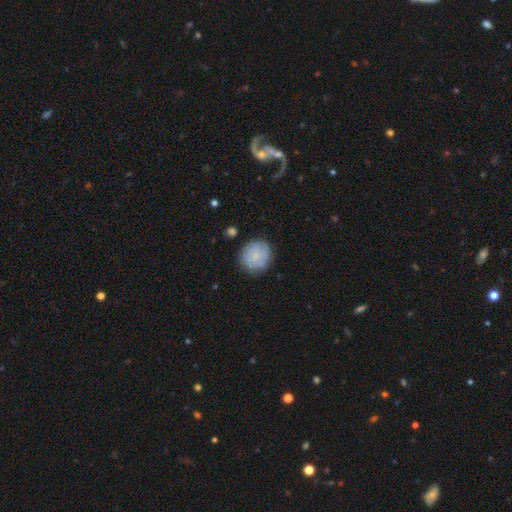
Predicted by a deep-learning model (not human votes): Morphology: type=smooth (73%); roundness=round (87%); merging=none (81%).